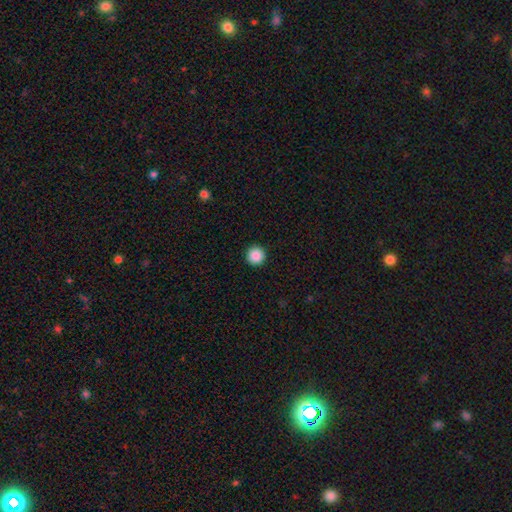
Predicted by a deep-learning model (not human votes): Smooth or featured?
  - smooth: 88% *
  - star or artifact: 9%
  - featured or disk: 3%
How rounded?
  - round: 96% *
  - in between: 3%
  - cigar-shaped: 1%
Merging?
  - none: 93% *
  - minor disturbance: 4%
  - major disturbance: 1%
  - merger: 1%